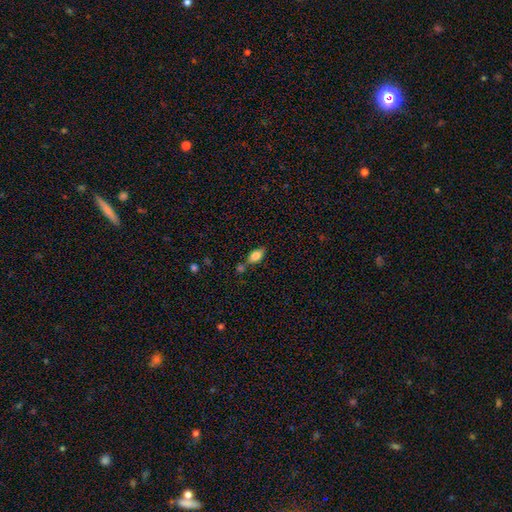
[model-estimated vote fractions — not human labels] Smooth or featured: smooth — 75% (featured or disk — 17%)
How rounded: in between — 85% (cigar-shaped — 10%)
Merging: none — 66% (minor disturbance — 16%)